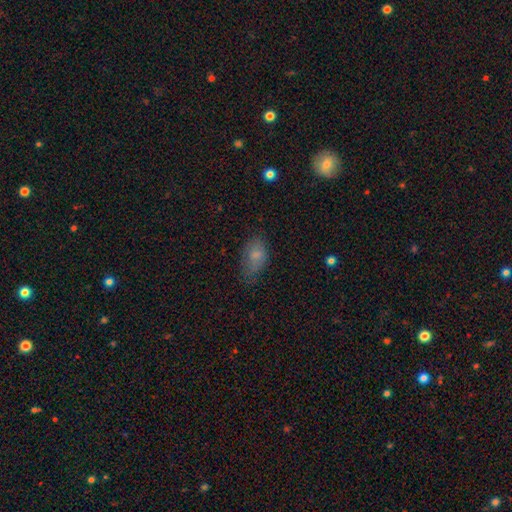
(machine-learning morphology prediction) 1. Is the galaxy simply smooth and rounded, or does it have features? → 75% smooth, 15% featured or disk, 10% star or artifact.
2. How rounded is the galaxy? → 90% in between, 8% round, 3% cigar-shaped.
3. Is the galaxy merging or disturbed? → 56% none, 31% minor disturbance, 12% major disturbance, 2% merger.